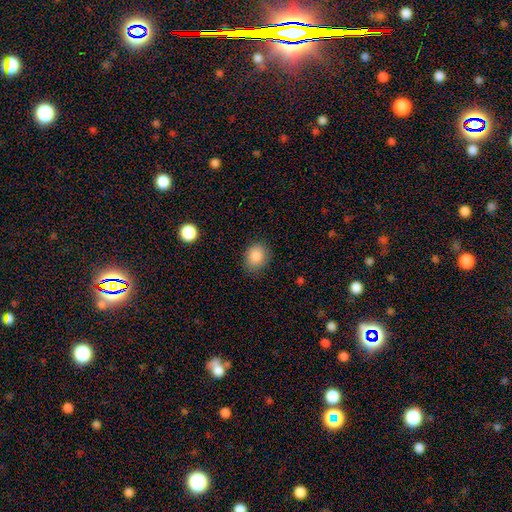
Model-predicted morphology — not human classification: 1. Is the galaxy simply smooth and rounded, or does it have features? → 87% smooth, 9% star or artifact, 4% featured or disk.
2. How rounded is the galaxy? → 54% round, 45% in between, 1% cigar-shaped.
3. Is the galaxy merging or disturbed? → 81% none, 14% minor disturbance, 4% major disturbance, 1% merger.